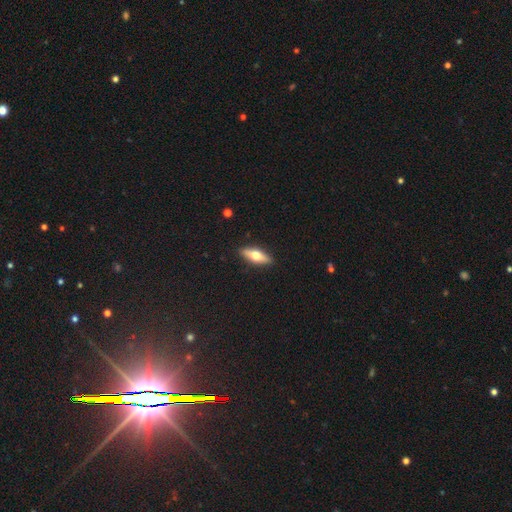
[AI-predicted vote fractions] Smooth or featured? smooth (53%)
How rounded? in between (57%)
Merging? none (90%)